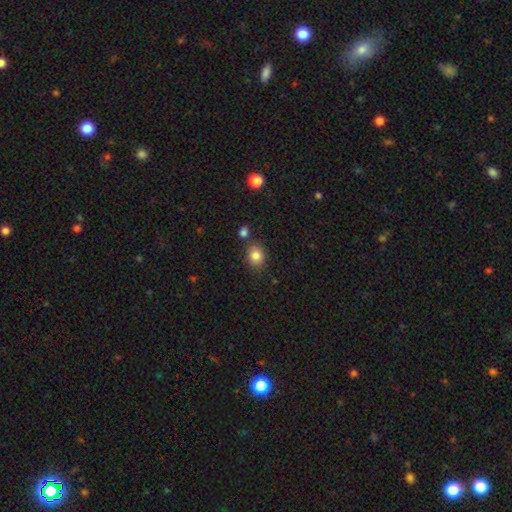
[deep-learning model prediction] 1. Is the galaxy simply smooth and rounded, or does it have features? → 84% smooth, 10% star or artifact, 6% featured or disk.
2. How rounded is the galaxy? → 59% round, 40% in between, 1% cigar-shaped.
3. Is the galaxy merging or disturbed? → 75% none, 13% minor disturbance, 9% merger, 3% major disturbance.